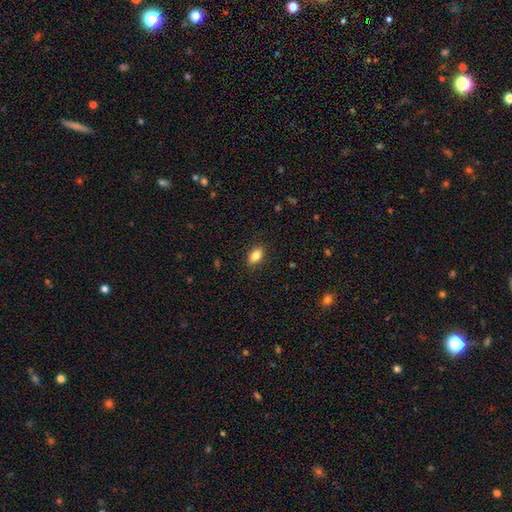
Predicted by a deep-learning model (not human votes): A smooth galaxy with no disk features (85%) that is in between round and cigar-shaped (86%).

Vote fractions:
- Smooth or featured? smooth: 85% / star or artifact: 9% / featured or disk: 7%
- How rounded? in between: 86% / round: 11% / cigar-shaped: 3%
- Merging? none: 88% / minor disturbance: 9% / major disturbance: 2% / merger: 1%